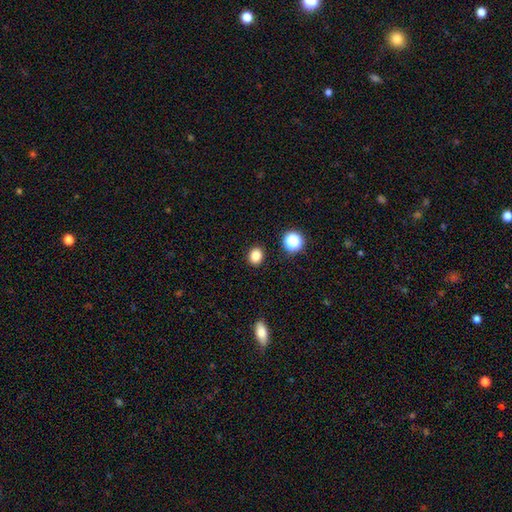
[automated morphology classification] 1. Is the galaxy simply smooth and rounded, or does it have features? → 82% smooth, 13% star or artifact, 5% featured or disk.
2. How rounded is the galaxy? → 64% round, 35% in between, 1% cigar-shaped.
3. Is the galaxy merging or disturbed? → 90% none, 6% minor disturbance, 2% major disturbance, 2% merger.